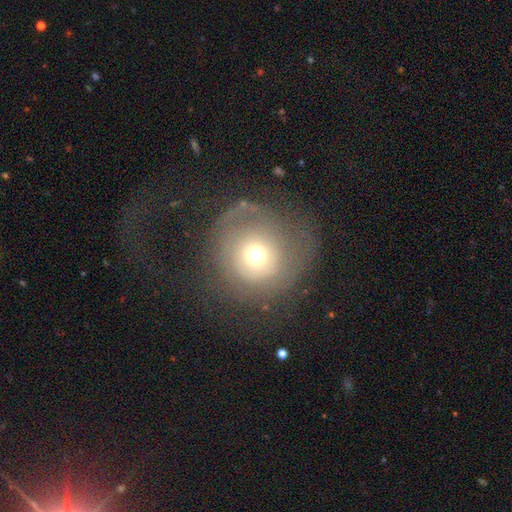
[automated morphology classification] This is possibly a smooth galaxy (54%). How rounded: clearly round (91%). Merging: possibly none (57%).